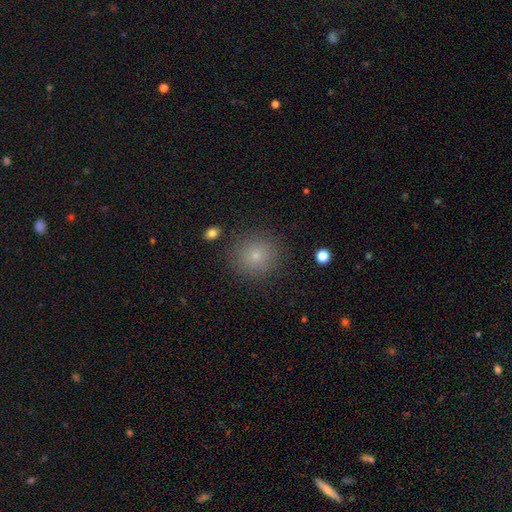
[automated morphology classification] smooth-or-featured: smooth: 78% | star or artifact: 13% | featured or disk: 9%
  how-rounded: round: 90% | in between: 9% | cigar-shaped: 1%
  merging: none: 87% | minor disturbance: 8% | major disturbance: 3% | merger: 2%